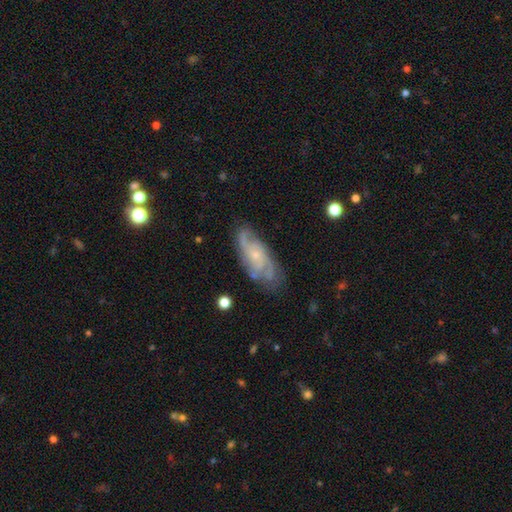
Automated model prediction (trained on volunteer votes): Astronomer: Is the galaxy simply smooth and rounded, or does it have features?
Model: featured or disk — 79%.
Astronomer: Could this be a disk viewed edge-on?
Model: no — 92%.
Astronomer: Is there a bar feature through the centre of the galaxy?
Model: no — 71%.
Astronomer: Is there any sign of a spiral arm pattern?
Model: yes — 93%.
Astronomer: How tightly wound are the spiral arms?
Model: tight — 44% (runner-up: medium, 42%).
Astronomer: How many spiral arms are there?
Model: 2 — 34% (runner-up: can't tell, 28%).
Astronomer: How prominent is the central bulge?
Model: small — 72%.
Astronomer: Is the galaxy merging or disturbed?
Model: none — 71%.